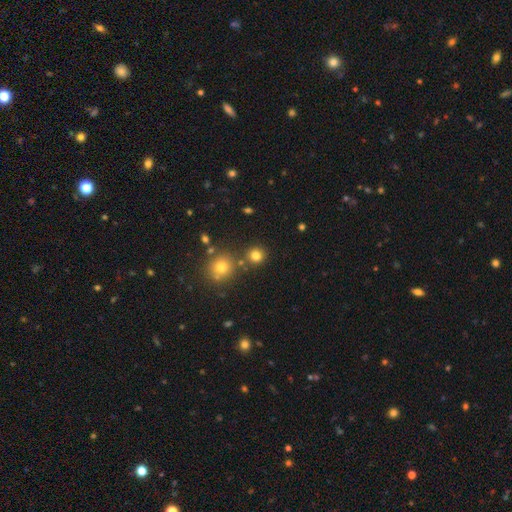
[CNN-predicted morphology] smooth 79%, star or artifact 15%, featured or disk 6%. Down the decision tree: how rounded — round (90%); merging — none (81%).